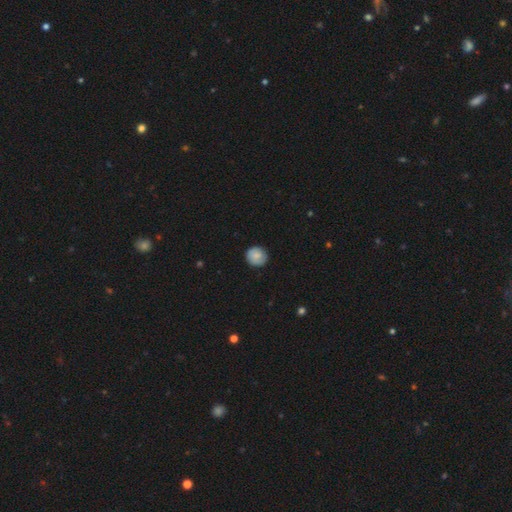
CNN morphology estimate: This is likely a smooth galaxy (77%). How rounded: clearly round (90%). Merging: clearly none (85%).